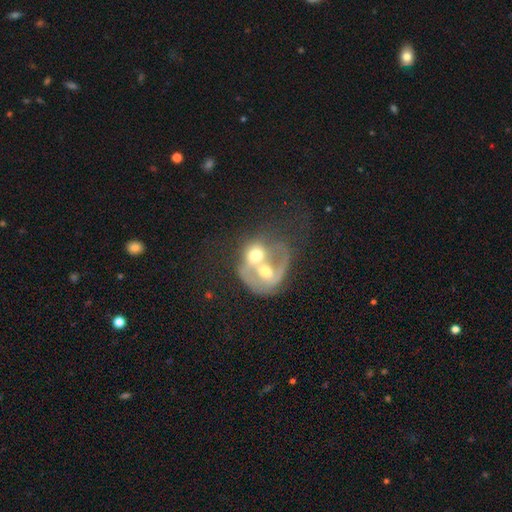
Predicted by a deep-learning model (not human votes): Smooth or featured? featured or disk (52%)
Edge-on disk? no (96%)
Merging? merger (79%)